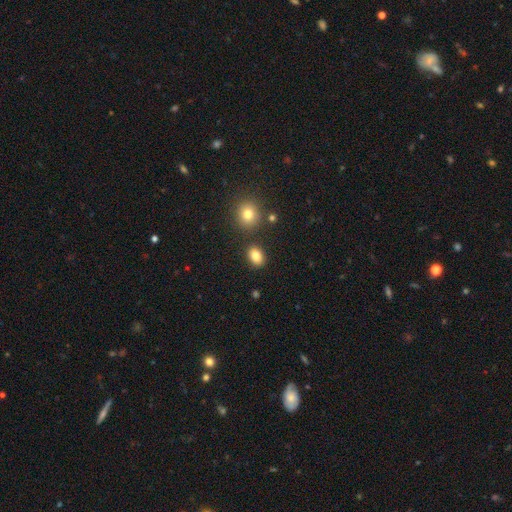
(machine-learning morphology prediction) Q: Smooth or featured?
A: smooth (84%); runner-up: star or artifact (10%)
Q: How rounded?
A: in between (74%); runner-up: round (25%)
Q: Merging?
A: none (84%); runner-up: minor disturbance (9%)